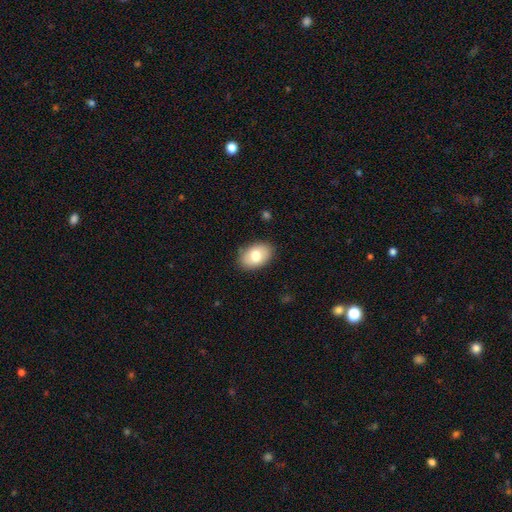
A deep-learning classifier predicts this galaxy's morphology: type=smooth (77%); roundness=in between (87%); merging=none (85%).